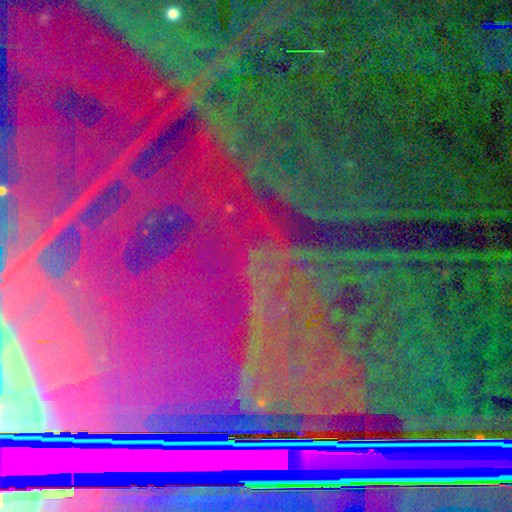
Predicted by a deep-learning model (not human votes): Q: Smooth or featured?
A: star or artifact (90%); runner-up: featured or disk (6%)